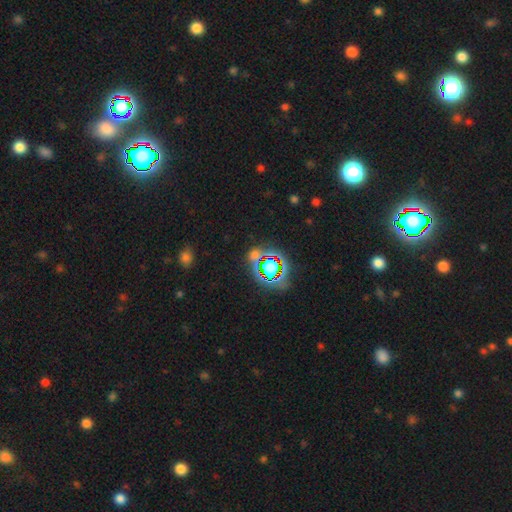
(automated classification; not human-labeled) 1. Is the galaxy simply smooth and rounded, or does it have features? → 68% star or artifact, 22% smooth, 10% featured or disk.